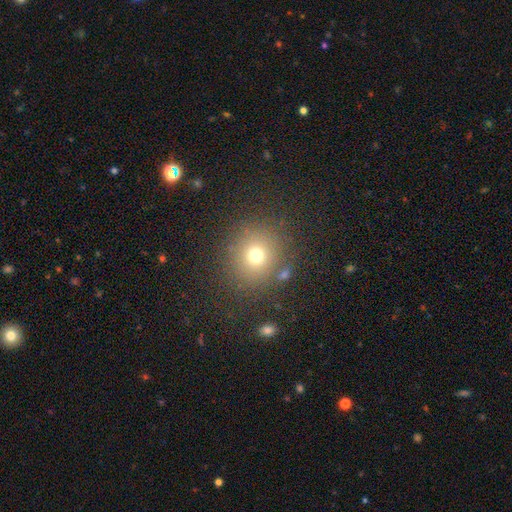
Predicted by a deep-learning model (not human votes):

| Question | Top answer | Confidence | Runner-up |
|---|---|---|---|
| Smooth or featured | smooth | 71% | star or artifact (18%) |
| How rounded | round | 88% | in between (11%) |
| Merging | none | 83% | minor disturbance (9%) |